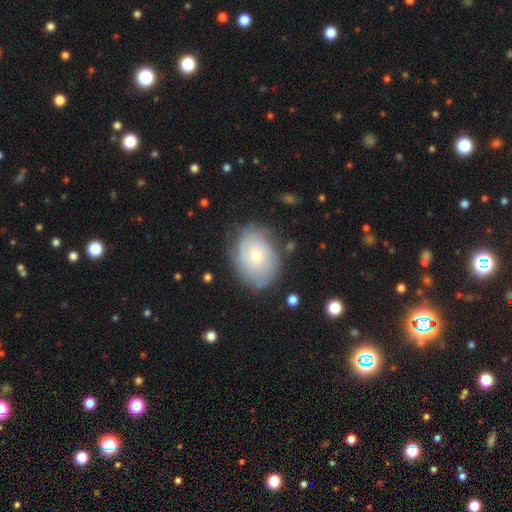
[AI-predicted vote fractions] This is possibly a featured or disk galaxy (59%). It is clearly not viewed edge-on (96%). Bar: clearly no (80%). Spiral arm pattern: likely yes (78%). Central bulge: possibly small (48%). Merging: likely none (71%).